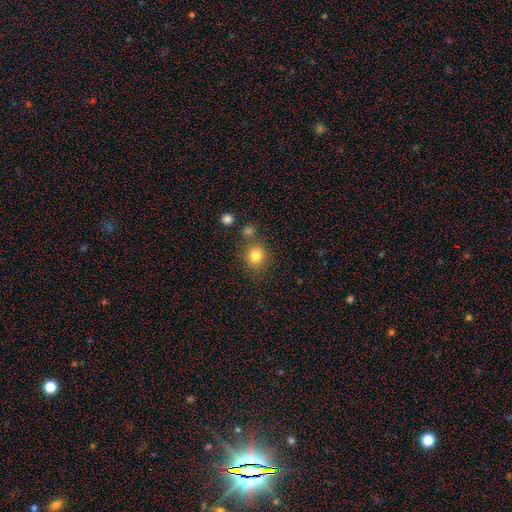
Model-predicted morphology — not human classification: Overall: smooth (81%). How rounded: round (86%). Merging: none (76%).